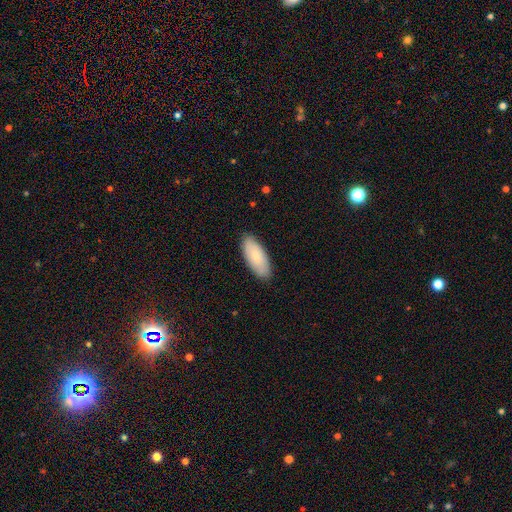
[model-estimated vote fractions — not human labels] smooth_or_featured: smooth (p=0.77) [alt: featured or disk p=0.17]
how_rounded: in between (p=0.85) [alt: cigar-shaped p=0.13]
merging: none (p=0.86) [alt: minor disturbance p=0.11]